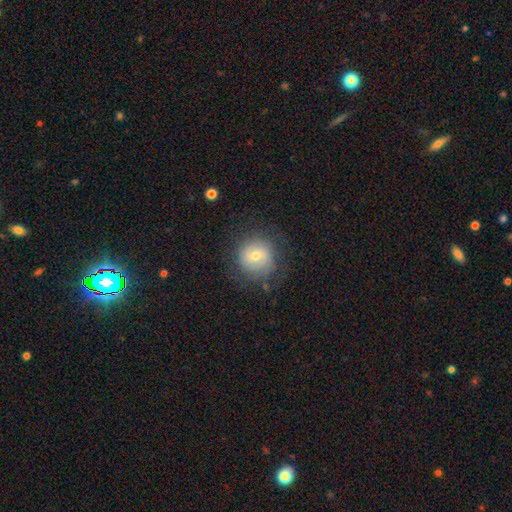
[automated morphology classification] A featured or disk galaxy (51%).

Vote fractions:
- Smooth or featured? featured or disk: 51% / smooth: 40% / star or artifact: 9%
- Edge-on disk? no: 97% / yes: 3%
- Merging? none: 75% / minor disturbance: 15% / major disturbance: 8% / merger: 1%